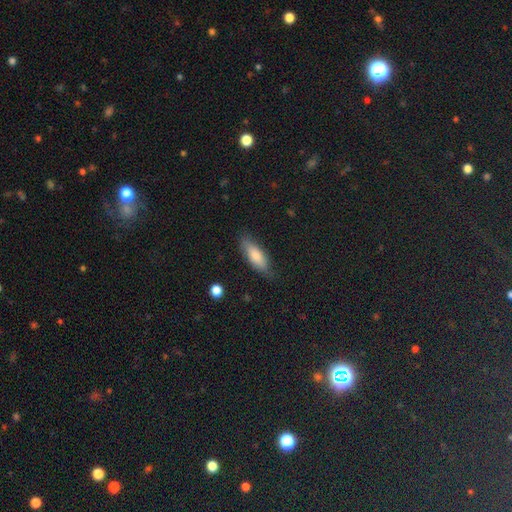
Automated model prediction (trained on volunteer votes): smooth_or_featured: smooth (p=0.77) [alt: featured or disk p=0.17]
how_rounded: in between (p=0.63) [alt: cigar-shaped p=0.35]
merging: none (p=0.77) [alt: minor disturbance p=0.18]